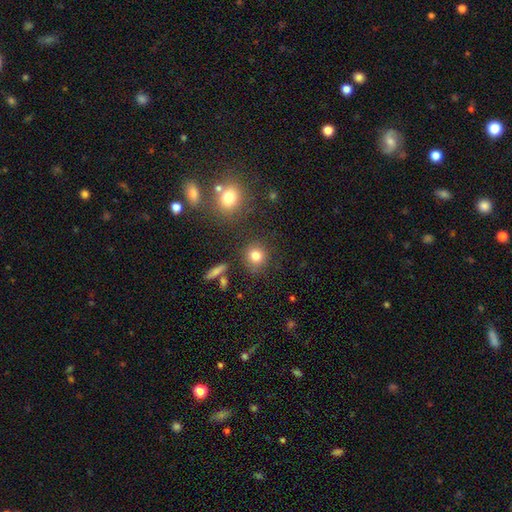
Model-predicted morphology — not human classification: A smooth galaxy with no disk features (80%) that is round (86%).

Vote fractions:
- Smooth or featured? smooth: 80% / star or artifact: 12% / featured or disk: 7%
- How rounded? round: 86% / in between: 13% / cigar-shaped: 1%
- Merging? none: 82% / minor disturbance: 10% / merger: 5% / major disturbance: 4%